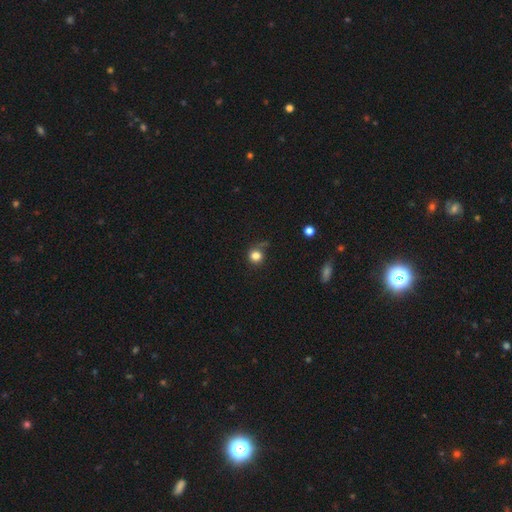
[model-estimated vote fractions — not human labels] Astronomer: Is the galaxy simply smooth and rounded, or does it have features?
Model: smooth — 82%.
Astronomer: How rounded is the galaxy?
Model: round — 90%.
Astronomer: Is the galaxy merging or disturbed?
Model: none — 71%.